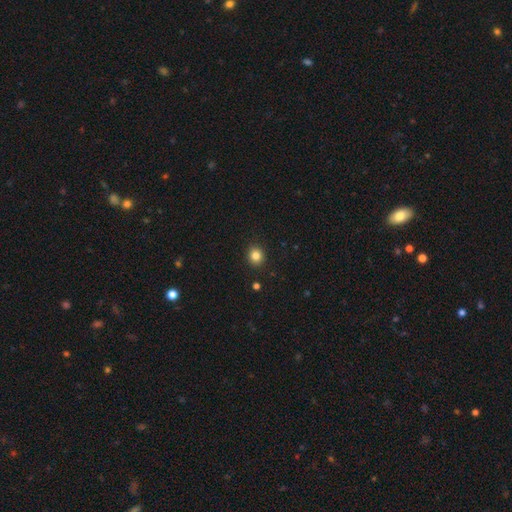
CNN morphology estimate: Q: Smooth or featured?
A: smooth (83%); runner-up: star or artifact (11%)
Q: How rounded?
A: round (82%); runner-up: in between (17%)
Q: Merging?
A: none (91%); runner-up: minor disturbance (6%)